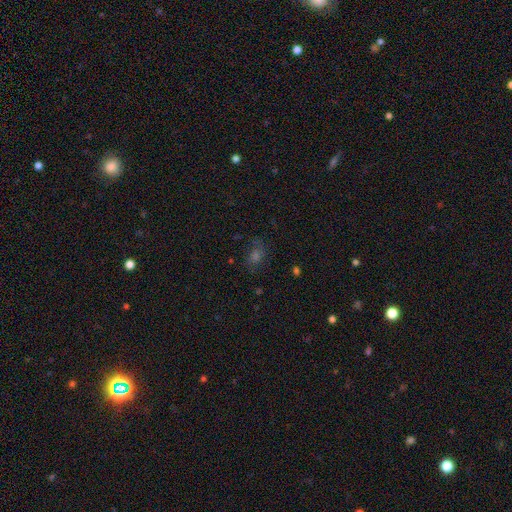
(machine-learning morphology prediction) This appears to be a smooth galaxy with no disk features (41%). Merging: none (70%).